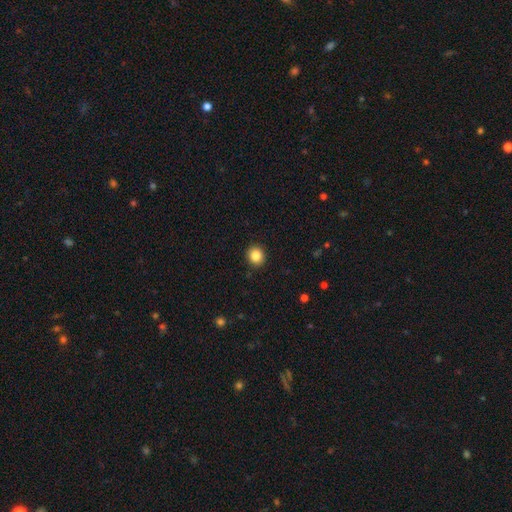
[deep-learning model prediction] A smooth galaxy with no disk features (86%) that is round (85%).

Vote fractions:
- Smooth or featured? smooth: 86% / star or artifact: 10% / featured or disk: 4%
- How rounded? round: 85% / in between: 14% / cigar-shaped: 1%
- Merging? none: 91% / minor disturbance: 6% / major disturbance: 2% / merger: 1%